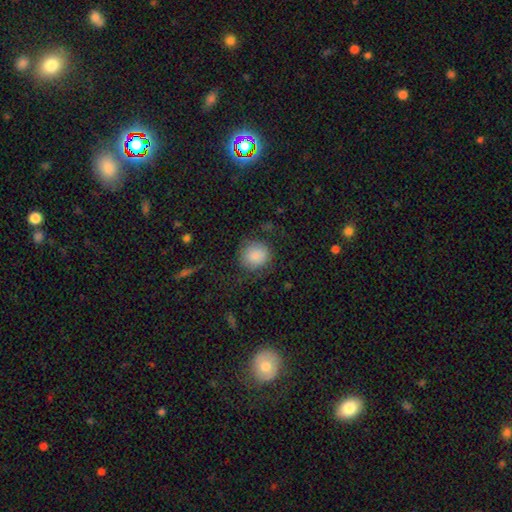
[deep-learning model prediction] smooth_or_featured: smooth (p=0.84) [alt: featured or disk p=0.08]
how_rounded: round (p=0.82) [alt: in between p=0.17]
merging: none (p=0.69) [alt: minor disturbance p=0.18]